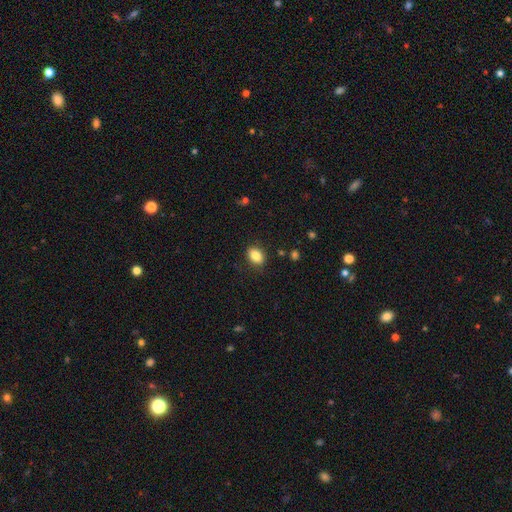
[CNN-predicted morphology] Overall: smooth (86%). How rounded: in between (76%). Merging: none (85%).